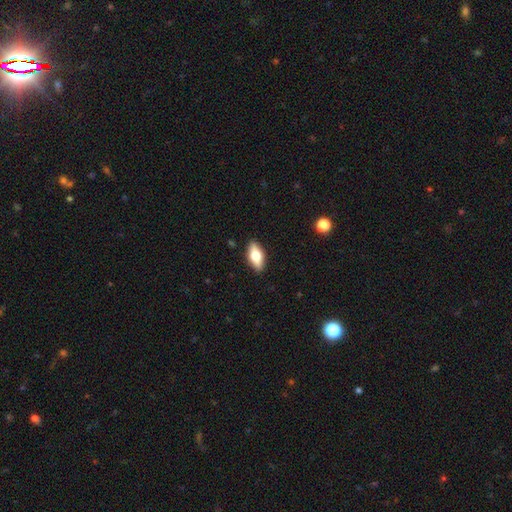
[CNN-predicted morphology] This is likely a smooth galaxy (61%). How rounded: clearly in between (80%). Merging: clearly none (88%).